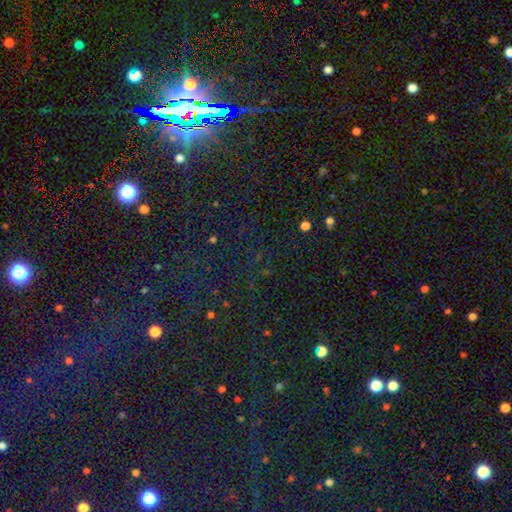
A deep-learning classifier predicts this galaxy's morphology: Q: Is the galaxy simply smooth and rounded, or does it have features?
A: star or artifact — 82%.